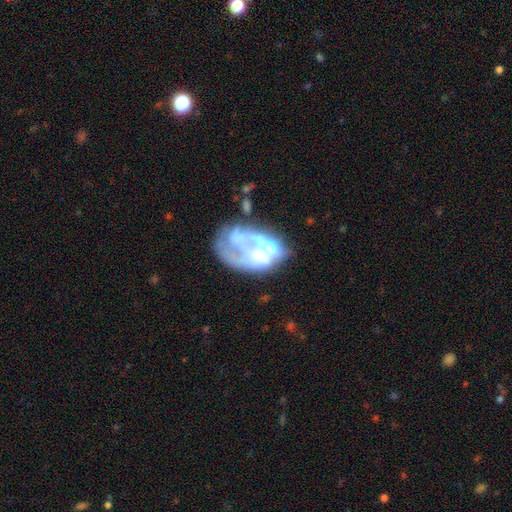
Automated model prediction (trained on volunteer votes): Morphology: type=featured or disk (67%); edge-on=no (98%); bar=no (85%); spiral arms=no (80%); bulge=none (47%); merging=major disturbance (30%).